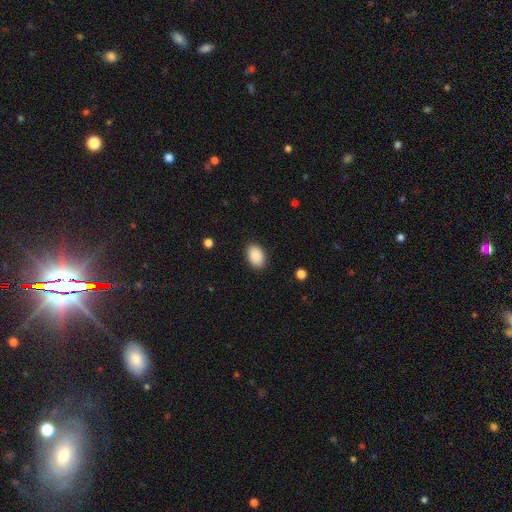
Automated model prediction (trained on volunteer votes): This is clearly a smooth galaxy (89%). How rounded: clearly in between (88%). Merging: clearly none (89%).